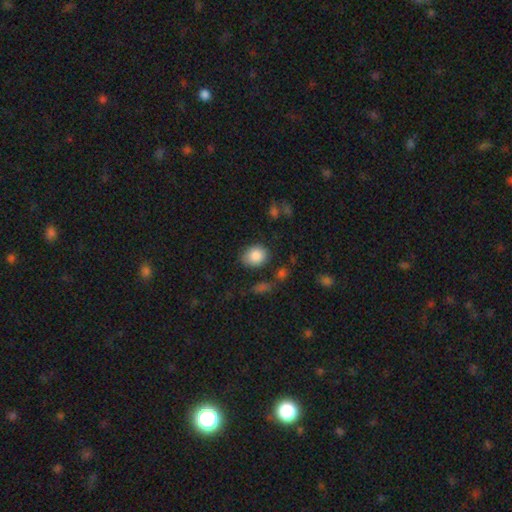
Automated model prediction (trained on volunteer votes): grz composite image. It shows a smooth galaxy with no disk features (87%) that is round (53%). Merging: none (76%).